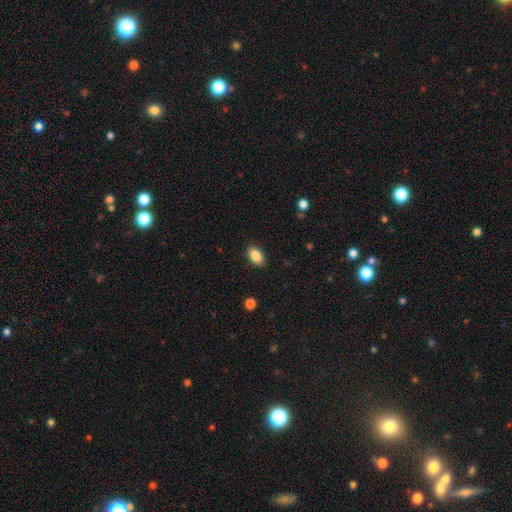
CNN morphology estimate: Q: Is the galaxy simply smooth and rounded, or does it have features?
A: smooth — 87%.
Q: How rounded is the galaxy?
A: in between — 90%.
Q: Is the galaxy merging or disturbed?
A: none — 89%.